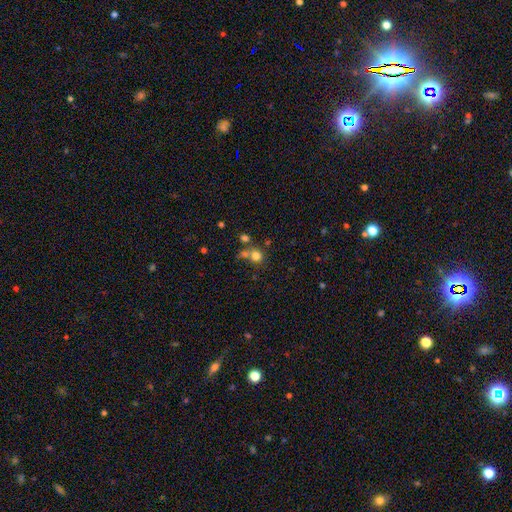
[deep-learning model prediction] smooth 75%, star or artifact 15%, featured or disk 10%. Down the decision tree: how rounded — round (87%); merging — none (53%).